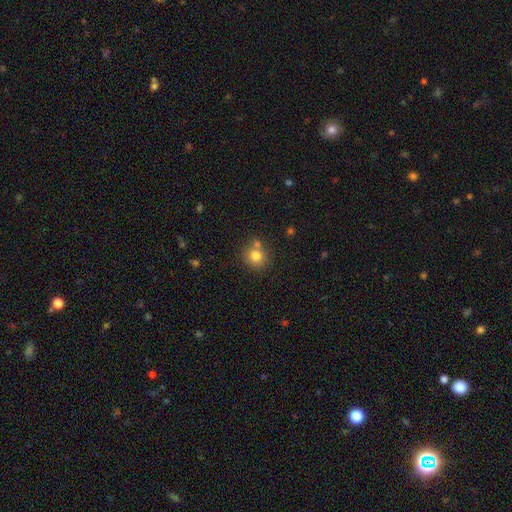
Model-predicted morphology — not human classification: This appears to be a smooth galaxy with no disk features (79%) that is round (86%). Merging: none (65%).